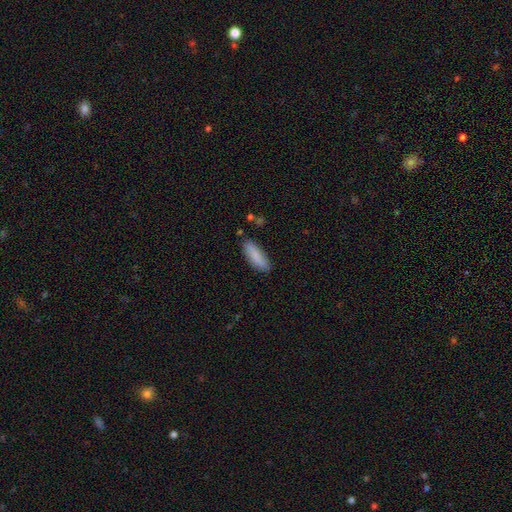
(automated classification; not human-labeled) Smooth or featured?
  - smooth: 85% *
  - featured or disk: 9%
  - star or artifact: 6%
How rounded?
  - in between: 51% *
  - cigar-shaped: 47%
  - round: 2%
Merging?
  - none: 83% *
  - minor disturbance: 13%
  - major disturbance: 2%
  - merger: 2%